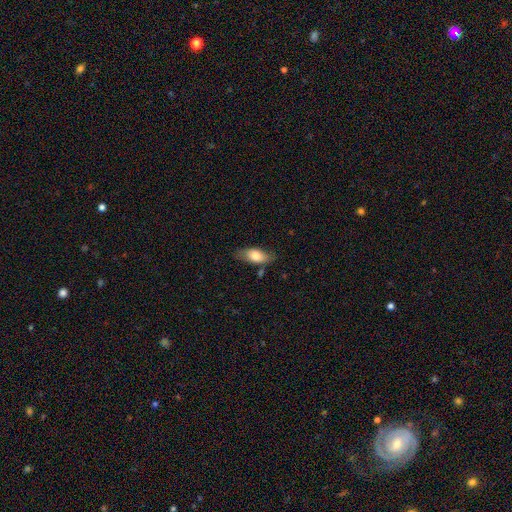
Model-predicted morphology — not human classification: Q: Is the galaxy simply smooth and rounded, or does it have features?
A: smooth — 73%.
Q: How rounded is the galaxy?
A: in between — 86%.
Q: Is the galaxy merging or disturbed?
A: none — 72%.